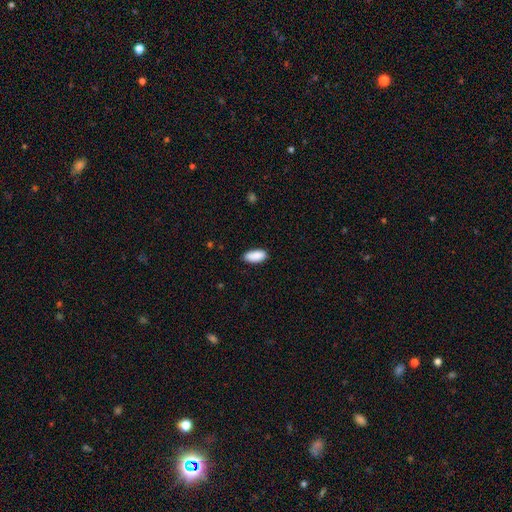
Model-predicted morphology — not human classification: Smooth or featured? Predicted: smooth (p=0.90). How rounded? Predicted: in between (p=0.89). Merging? Predicted: none (p=0.83).